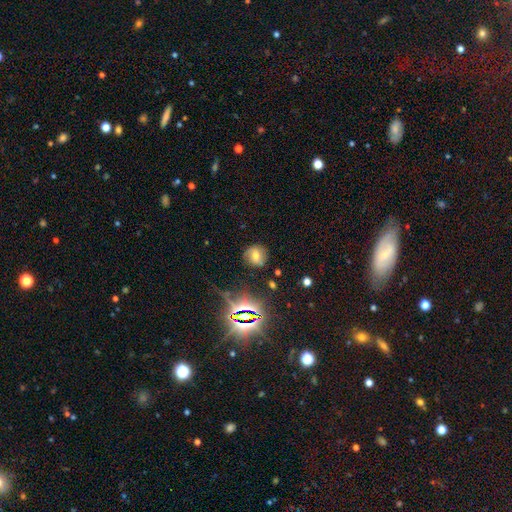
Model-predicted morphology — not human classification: smooth_or_featured: smooth (p=0.50) [alt: featured or disk p=0.25]
merging: none (p=0.83) [alt: minor disturbance p=0.11]